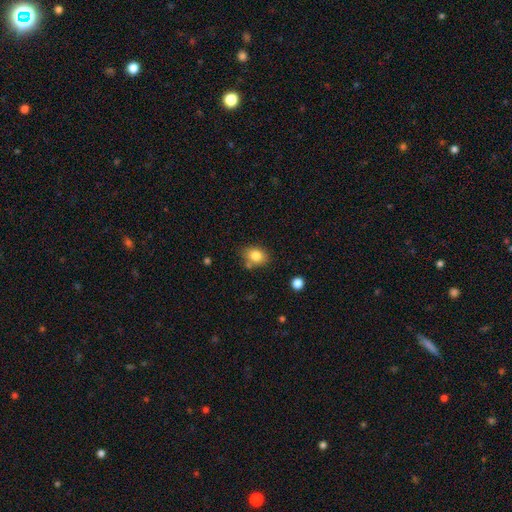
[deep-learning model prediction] This is clearly a smooth galaxy (82%). How rounded: likely in between (62%). Merging: likely none (70%).